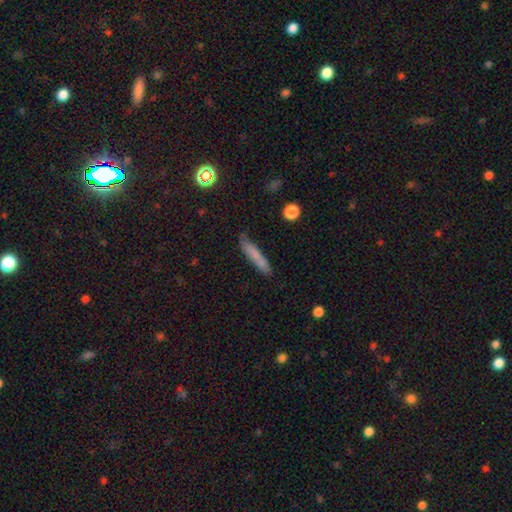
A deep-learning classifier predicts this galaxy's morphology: This is likely a smooth galaxy (73%). How rounded: clearly cigar-shaped (90%). Merging: likely none (77%).